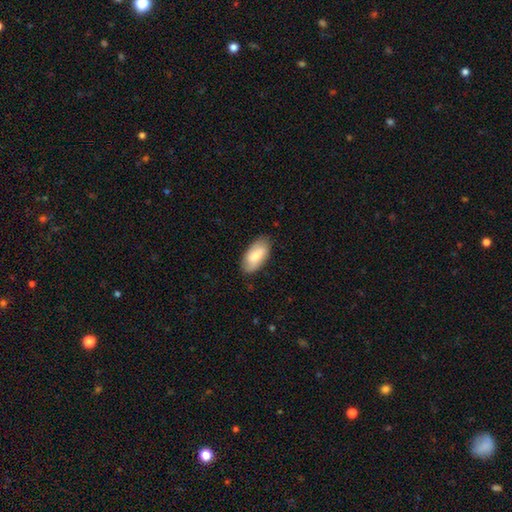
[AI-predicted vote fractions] Morphology: type=smooth (74%); roundness=in between (92%); merging=none (82%).